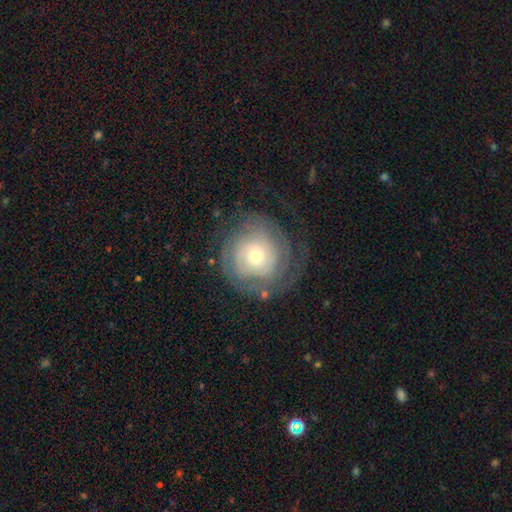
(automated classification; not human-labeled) Smooth or featured: featured or disk — 71% (smooth — 22%)
Edge-on disk: no — 97% (yes — 3%)
Bar: no — 81% (weak — 15%)
Spiral arms: yes — 86% (no — 14%)
Spiral winding: tight — 74% (medium — 18%)
Spiral arm count: can't tell — 48% (2 — 22%)
Bulge size: small — 54% (moderate — 39%)
Merging: none — 69% (minor disturbance — 16%)